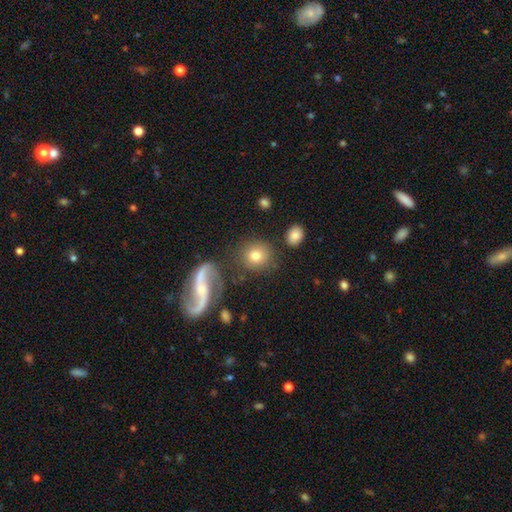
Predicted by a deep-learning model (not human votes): Smooth or featured? smooth (74%)
How rounded? round (88%)
Merging? none (78%)